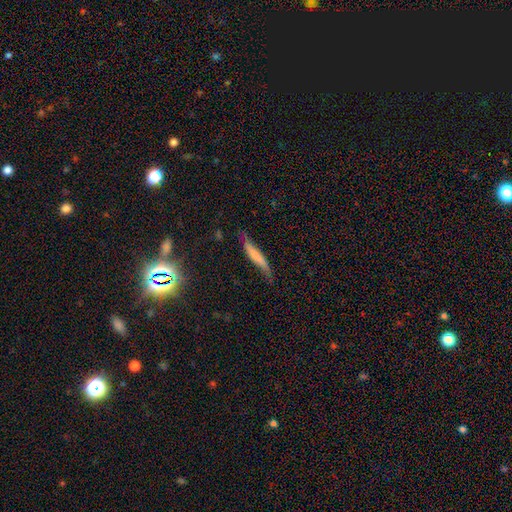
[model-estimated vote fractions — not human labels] Smooth or featured? smooth (59%)
How rounded? cigar-shaped (91%)
Merging? none (59%)